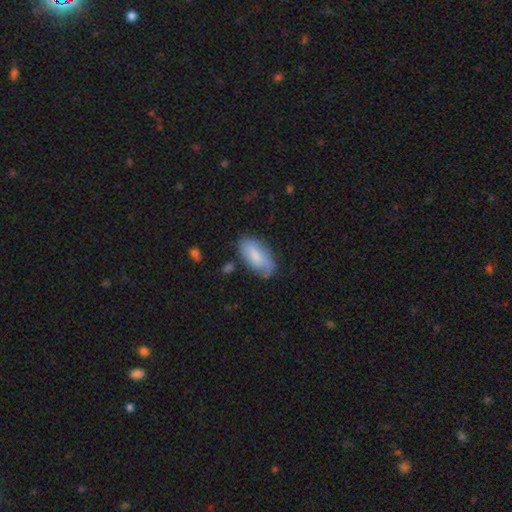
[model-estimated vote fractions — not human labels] The model was most divided on "merging": none: 70%, minor disturbance: 22%, major disturbance: 5%, merger: 3%. More confident: how rounded — in between (90%); smooth or featured — smooth (72%).